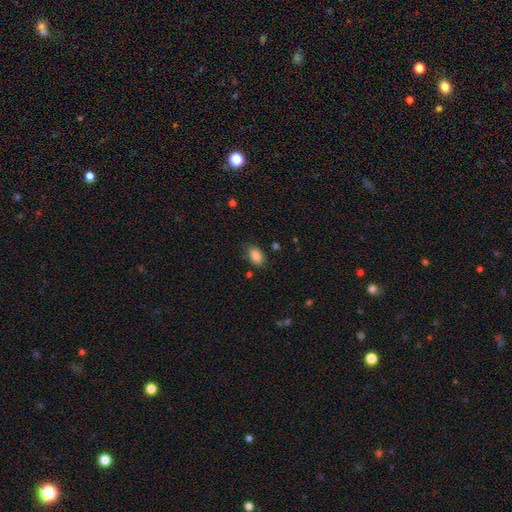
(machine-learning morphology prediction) Smooth or featured: smooth — 86% (star or artifact — 8%)
How rounded: in between — 88% (round — 10%)
Merging: none — 80% (minor disturbance — 15%)